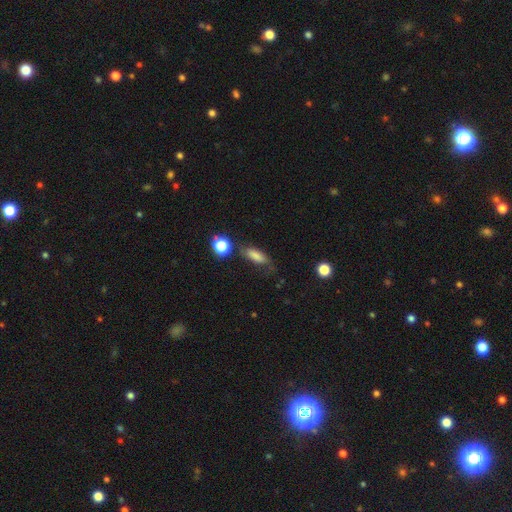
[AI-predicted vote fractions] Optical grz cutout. It shows a smooth galaxy with no disk features (77%) that is in between round and cigar-shaped (65%). Merging: none (60%).